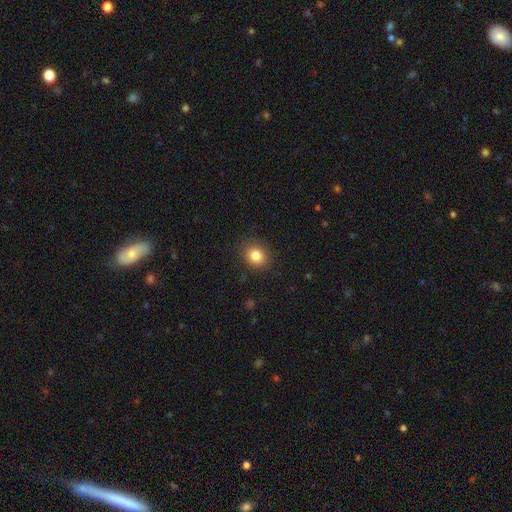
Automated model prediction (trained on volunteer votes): A smooth galaxy with no disk features (83%) that is round (62%). Merging: none (87%).